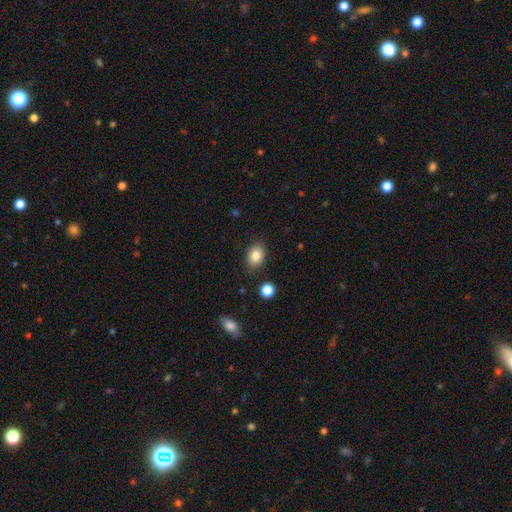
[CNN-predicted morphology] Overall: smooth (84%). How rounded: in between (74%). Merging: none (85%).